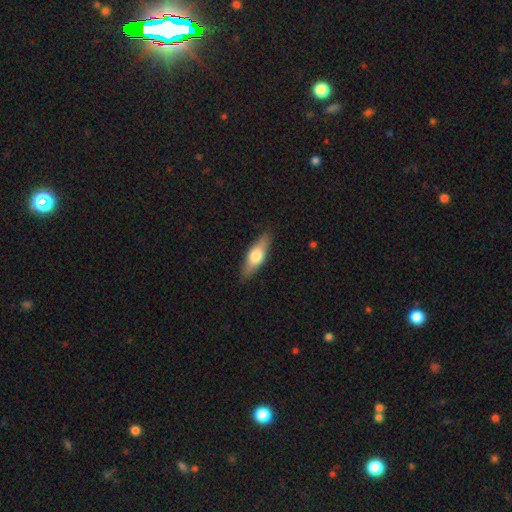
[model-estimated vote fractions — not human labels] Smooth or featured?
  - smooth: 61% *
  - featured or disk: 33%
  - star or artifact: 6%
How rounded?
  - in between: 56% *
  - cigar-shaped: 41%
  - round: 3%
Merging?
  - none: 87% *
  - minor disturbance: 10%
  - major disturbance: 2%
  - merger: 1%